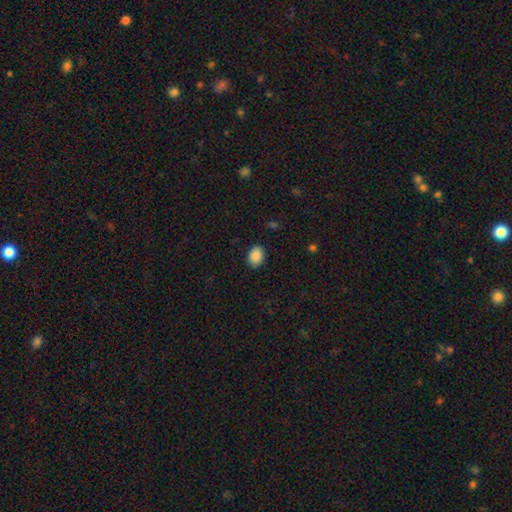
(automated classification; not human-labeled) smooth-or-featured: smooth: 89% | star or artifact: 8% | featured or disk: 4%
  how-rounded: in between: 67% | round: 32% | cigar-shaped: 1%
  merging: none: 88% | minor disturbance: 9% | major disturbance: 2% | merger: 1%